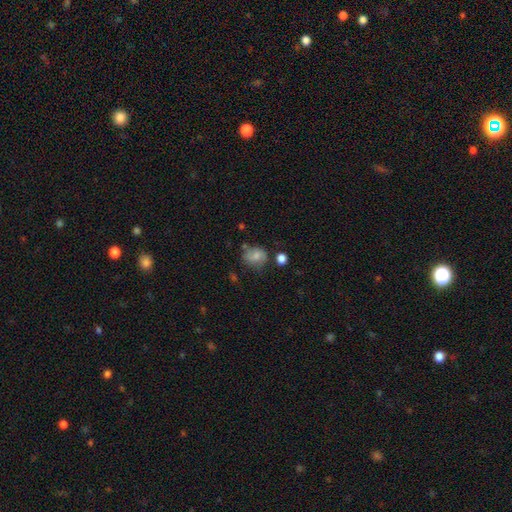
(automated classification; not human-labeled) This appears to be a smooth galaxy with no disk features (71%) that is round (59%). Merging: none (56%).